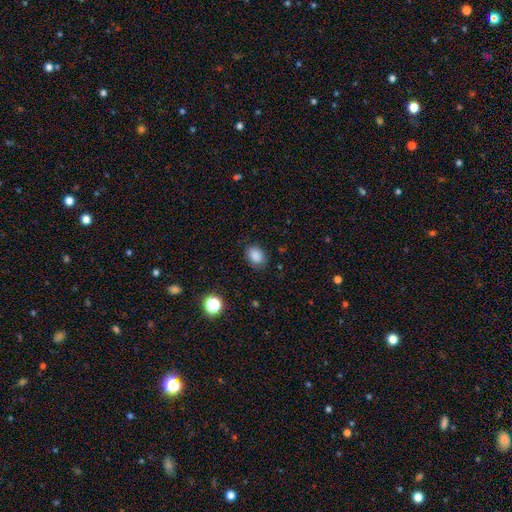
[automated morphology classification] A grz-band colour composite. It shows a smooth galaxy with no disk features (86%) that is in between round and cigar-shaped (63%). Merging: none (82%).